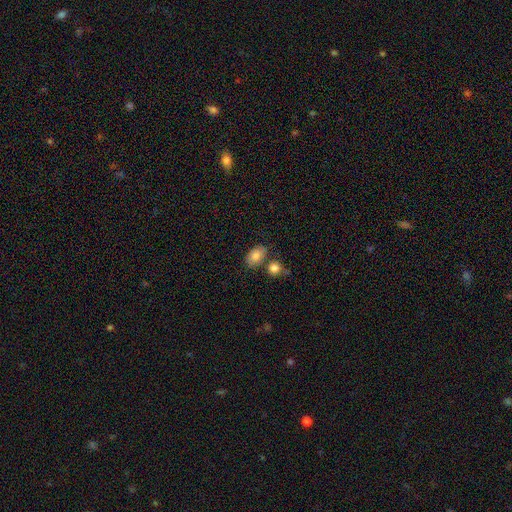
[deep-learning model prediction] A smooth galaxy with no disk features (82%) that is in between round and cigar-shaped (81%). Merging: none (65%).